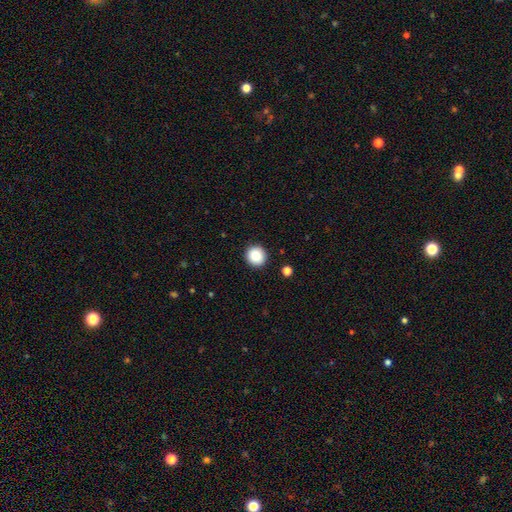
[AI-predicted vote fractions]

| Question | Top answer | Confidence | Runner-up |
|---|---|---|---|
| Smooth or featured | smooth | 88% | star or artifact (9%) |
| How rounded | round | 93% | in between (6%) |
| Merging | none | 92% | minor disturbance (5%) |